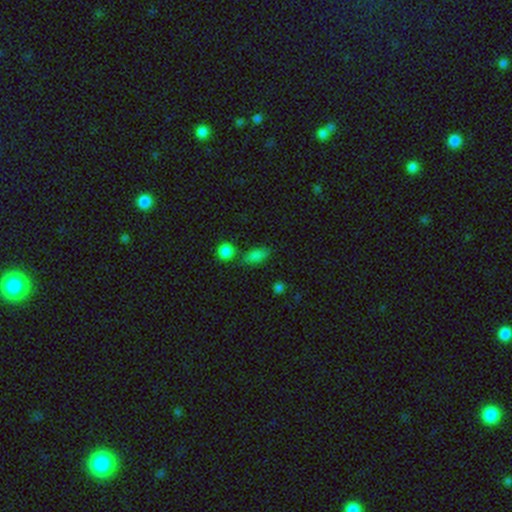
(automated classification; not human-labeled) A smooth galaxy with no disk features (78%) that is in between round and cigar-shaped (73%).

Vote fractions:
- Smooth or featured? smooth: 78% / star or artifact: 13% / featured or disk: 9%
- How rounded? in between: 73% / cigar-shaped: 18% / round: 9%
- Merging? none: 69% / minor disturbance: 16% / merger: 9% / major disturbance: 5%